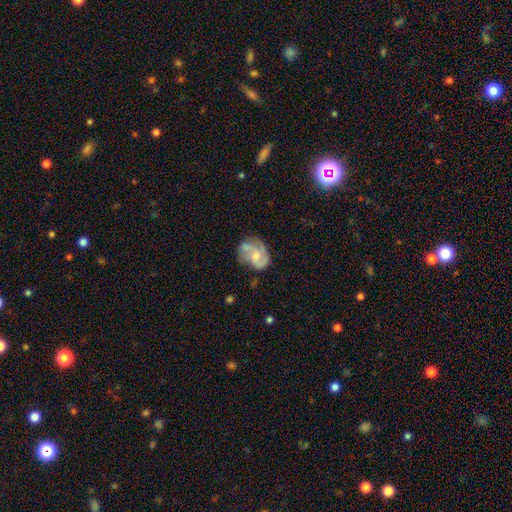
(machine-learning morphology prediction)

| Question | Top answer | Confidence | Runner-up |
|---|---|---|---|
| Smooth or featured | featured or disk | 64% | smooth (29%) |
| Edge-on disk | no | 98% | yes (2%) |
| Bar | no | 64% | weak (31%) |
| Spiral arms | yes | 79% | no (21%) |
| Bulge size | moderate | 45% | small (36%) |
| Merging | none | 44% | minor disturbance (25%) |